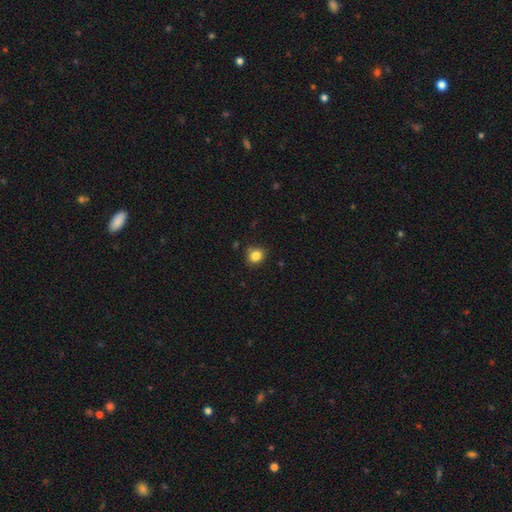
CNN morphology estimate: Smooth or featured? Predicted: smooth (p=0.84). How rounded? Predicted: round (p=0.69). Merging? Predicted: none (p=0.82).